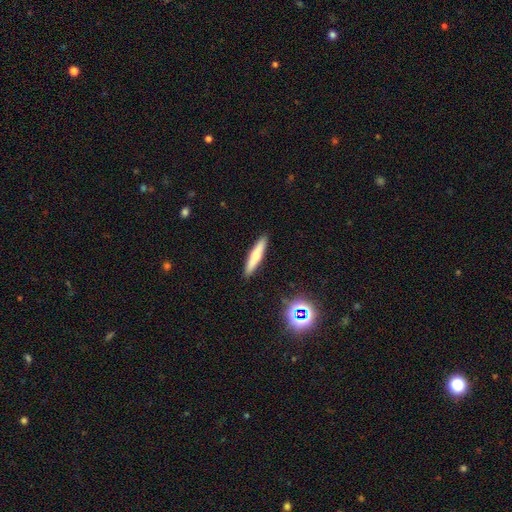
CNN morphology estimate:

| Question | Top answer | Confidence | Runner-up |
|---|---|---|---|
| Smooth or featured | smooth | 55% | featured or disk (37%) |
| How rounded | cigar-shaped | 88% | in between (11%) |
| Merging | none | 91% | minor disturbance (6%) |